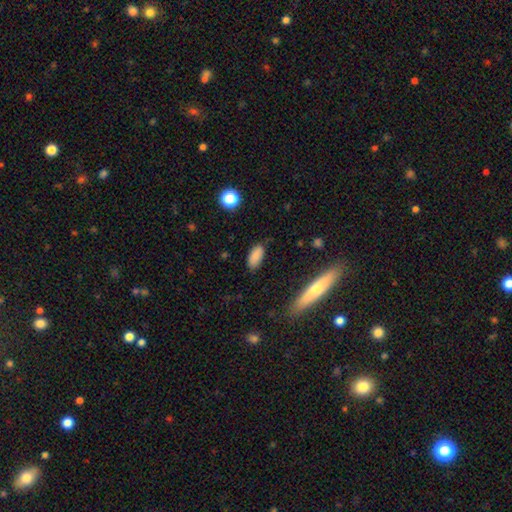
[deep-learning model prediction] smooth_or_featured: smooth (p=0.85) [alt: star or artifact p=0.08]
how_rounded: in between (p=0.89) [alt: cigar-shaped p=0.08]
merging: none (p=0.83) [alt: minor disturbance p=0.12]